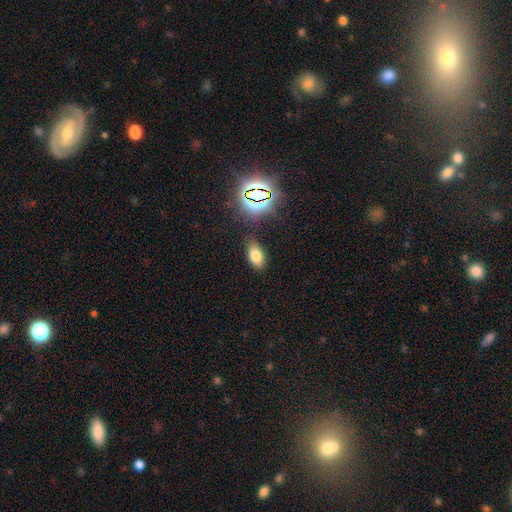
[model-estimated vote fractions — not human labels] Q: Smooth or featured?
A: smooth (72%); runner-up: star or artifact (19%)
Q: How rounded?
A: in between (89%); runner-up: round (7%)
Q: Merging?
A: none (82%); runner-up: minor disturbance (12%)